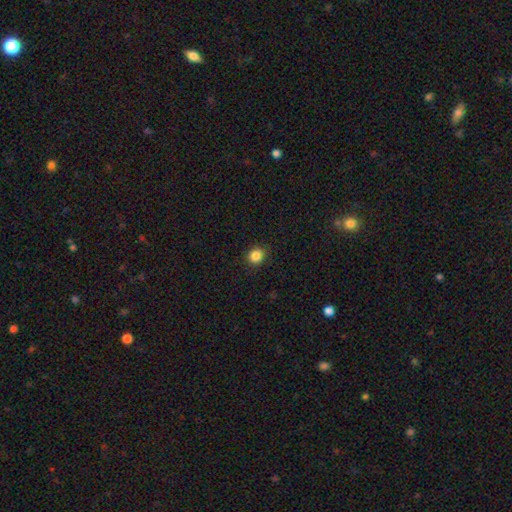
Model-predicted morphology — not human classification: This is clearly a smooth galaxy (85%). How rounded: clearly round (86%). Merging: clearly none (90%).